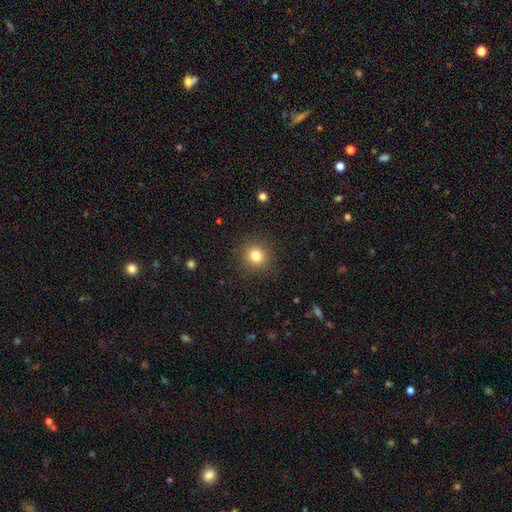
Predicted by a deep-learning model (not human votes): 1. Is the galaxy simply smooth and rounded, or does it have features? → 81% smooth, 12% star or artifact, 6% featured or disk.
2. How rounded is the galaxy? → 91% round, 8% in between, 1% cigar-shaped.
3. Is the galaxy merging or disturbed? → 90% none, 6% minor disturbance, 3% major disturbance, 1% merger.